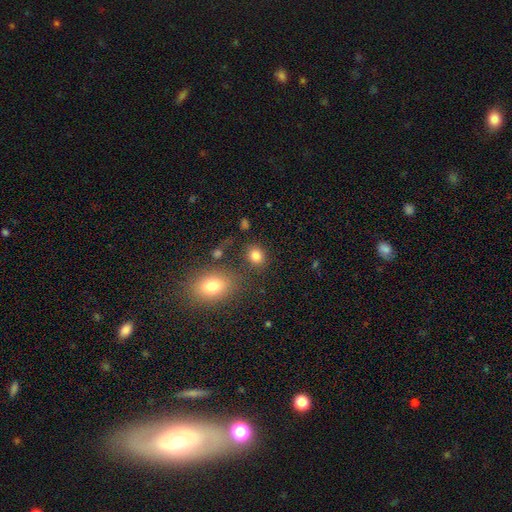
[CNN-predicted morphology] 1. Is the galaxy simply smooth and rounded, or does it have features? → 83% smooth, 11% star or artifact, 6% featured or disk.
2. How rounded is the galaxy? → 61% round, 38% in between, 1% cigar-shaped.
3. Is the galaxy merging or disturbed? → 78% none, 10% minor disturbance, 7% merger, 4% major disturbance.